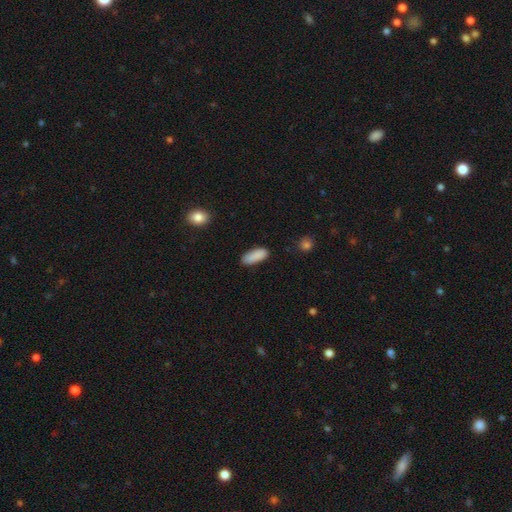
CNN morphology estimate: A smooth galaxy with no disk features (88%) that is in between round and cigar-shaped (77%). Merging: none (80%).